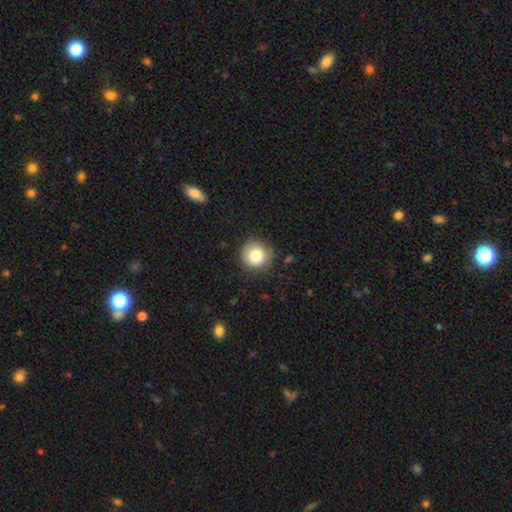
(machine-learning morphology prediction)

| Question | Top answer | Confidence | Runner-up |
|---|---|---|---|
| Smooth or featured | smooth | 85% | star or artifact (9%) |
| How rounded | round | 92% | in between (7%) |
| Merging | none | 84% | minor disturbance (11%) |